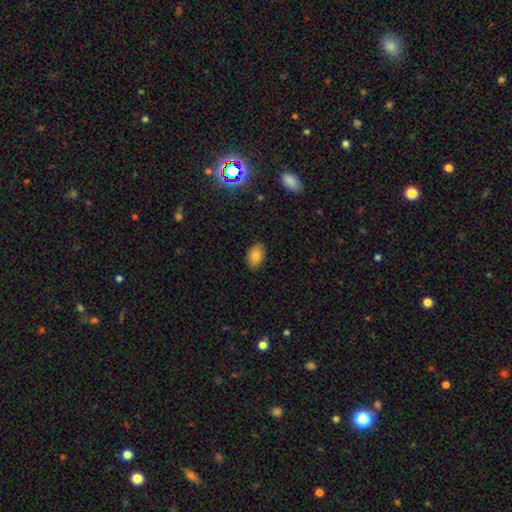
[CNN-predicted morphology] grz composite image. It shows a smooth galaxy with no disk features (83%) that is in between round and cigar-shaped (90%). Merging: none (87%).